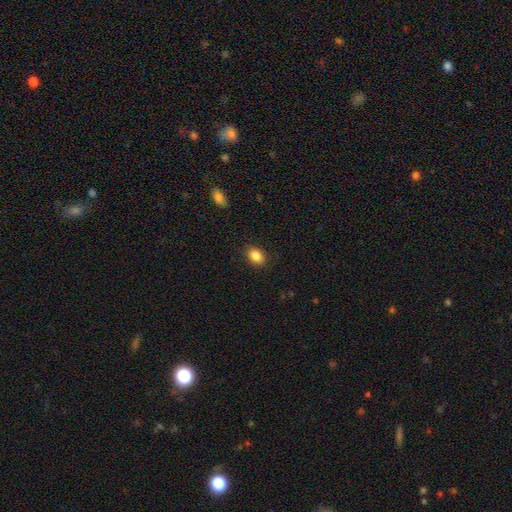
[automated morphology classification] This appears to be a smooth galaxy with no disk features (86%) that is in between round and cigar-shaped (74%). Merging: none (89%).